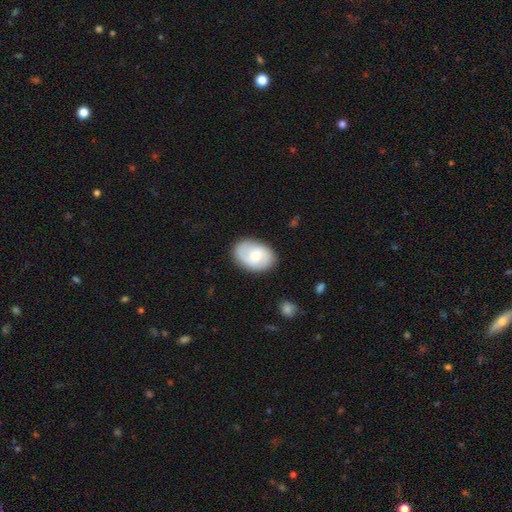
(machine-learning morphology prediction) smooth_or_featured: featured or disk (p=0.48) [alt: smooth p=0.46]
merging: none (p=0.82) [alt: minor disturbance p=0.13]